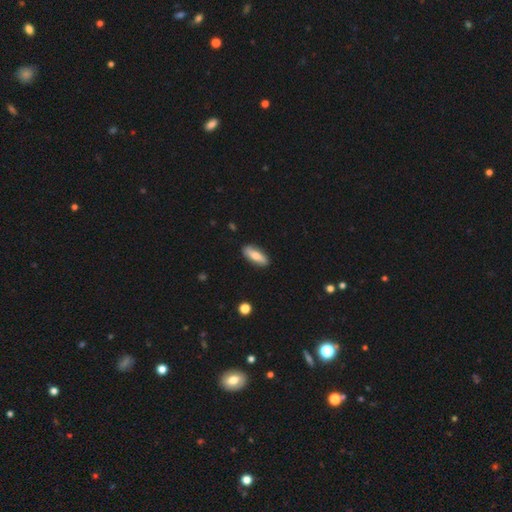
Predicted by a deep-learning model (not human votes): Smooth or featured? Predicted: smooth (p=0.66). How rounded? Predicted: in between (p=0.61). Merging? Predicted: none (p=0.86).